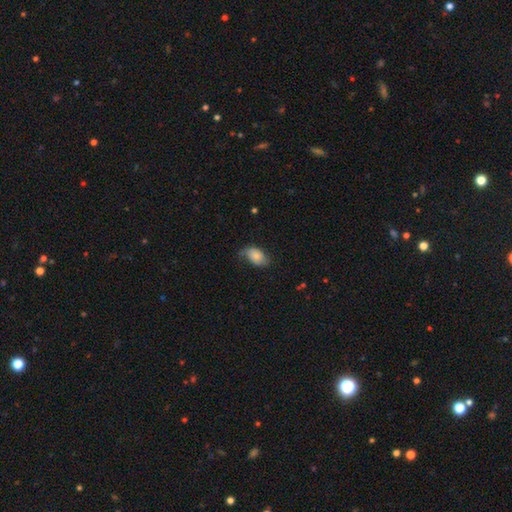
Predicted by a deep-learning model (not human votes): smooth 71%, featured or disk 21%, star or artifact 8%. Down the decision tree: how rounded — in between (90%); merging — none (53%).